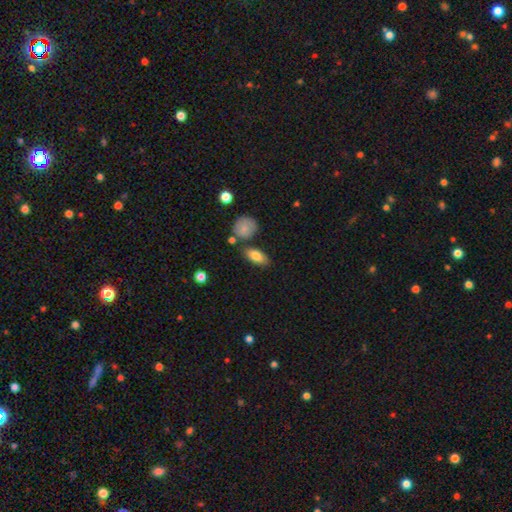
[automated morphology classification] This is clearly a smooth galaxy (80%). How rounded: clearly in between (85%). Merging: likely none (73%).